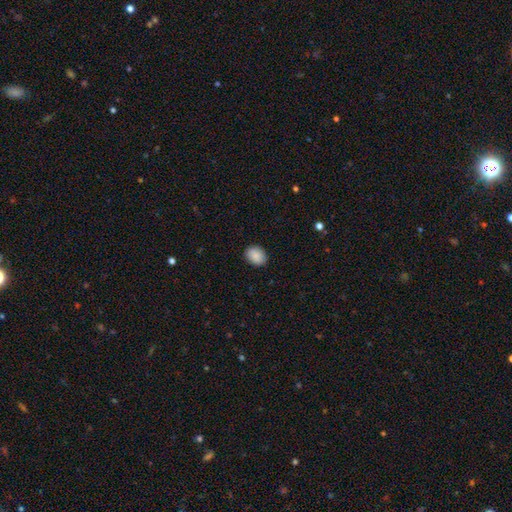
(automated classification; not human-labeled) Morphology: type=smooth (89%); roundness=in between (64%); merging=none (88%).